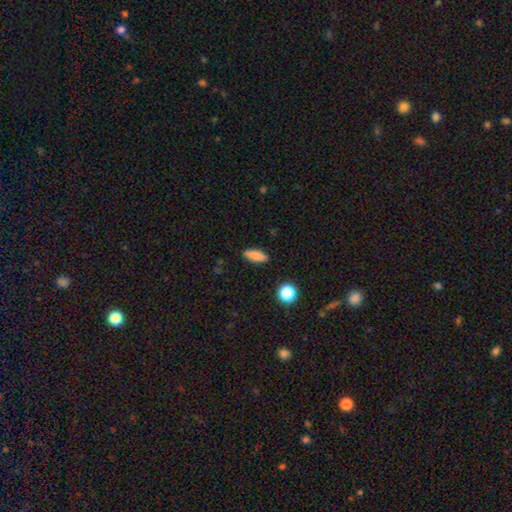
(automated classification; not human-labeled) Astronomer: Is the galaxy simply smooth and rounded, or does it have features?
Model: smooth — 83%.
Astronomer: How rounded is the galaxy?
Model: in between — 62%.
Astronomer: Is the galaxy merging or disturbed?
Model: none — 88%.